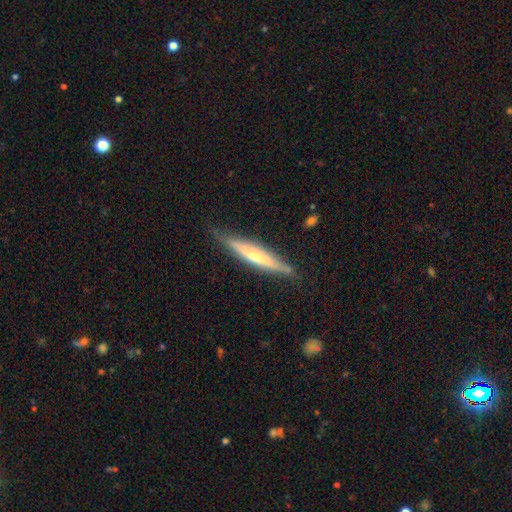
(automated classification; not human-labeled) The model was most divided on "smooth or featured": featured or disk: 52%, smooth: 42%, star or artifact: 6%. More confident: edge-on disk — yes (92%); merging — none (81%).